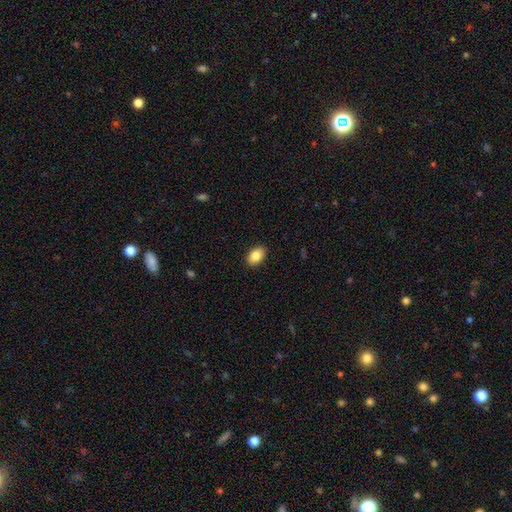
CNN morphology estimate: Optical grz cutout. It shows a smooth galaxy with no disk features (85%) that is in between round and cigar-shaped (87%). Merging: none (90%).